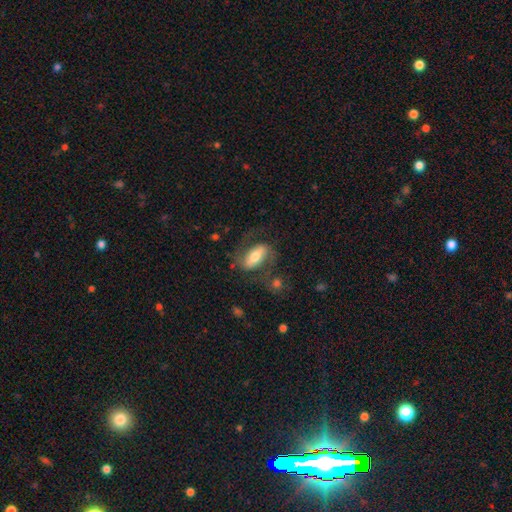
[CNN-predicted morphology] A featured or disk galaxy (55%). Merging: none (60%).